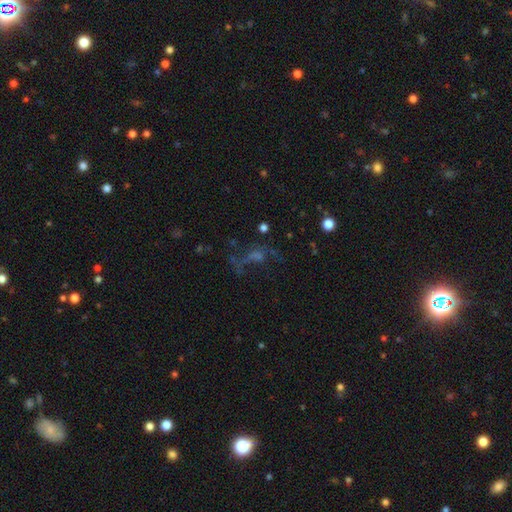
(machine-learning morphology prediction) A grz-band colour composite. It shows a featured or disk galaxy (40%). Merging: none (43%).